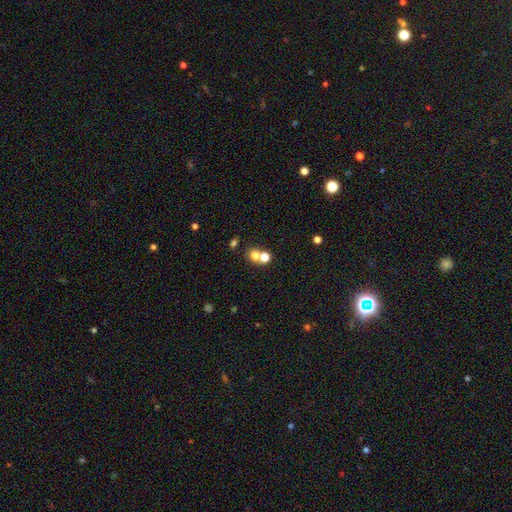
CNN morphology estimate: Smooth or featured: smooth — 71% (star or artifact — 17%)
How rounded: round — 72% (in between — 27%)
Merging: none — 46% (merger — 44%)